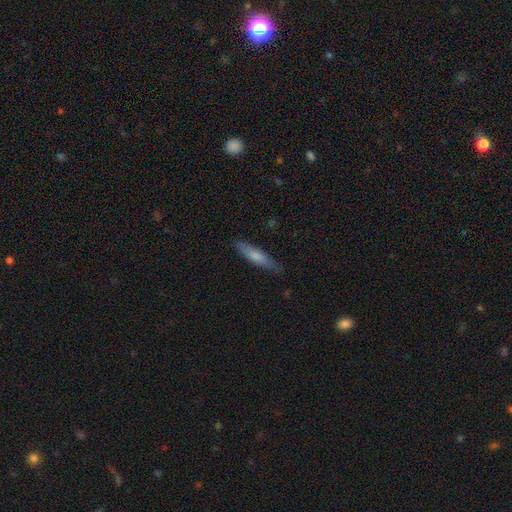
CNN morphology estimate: The model was most divided on "smooth or featured": smooth: 71%, featured or disk: 24%, star or artifact: 6%. More confident: merging — none (83%); how rounded — cigar-shaped (81%).